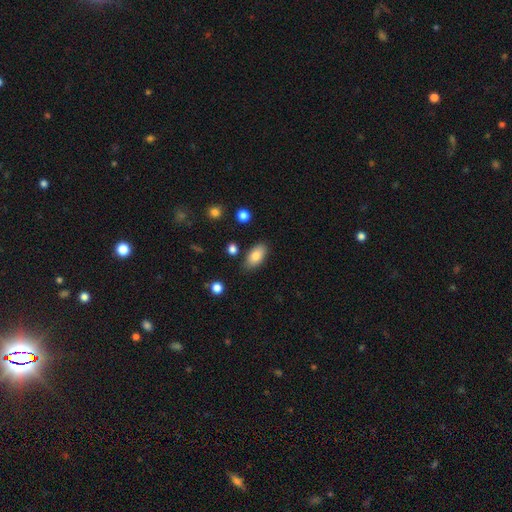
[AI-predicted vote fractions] Smooth or featured? Predicted: smooth (p=0.83). How rounded? Predicted: in between (p=0.92). Merging? Predicted: none (p=0.81).